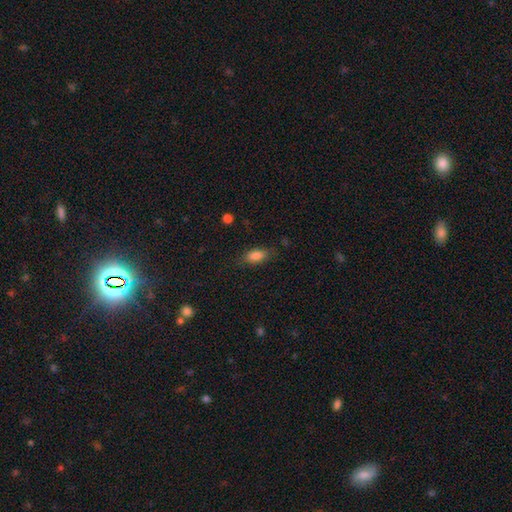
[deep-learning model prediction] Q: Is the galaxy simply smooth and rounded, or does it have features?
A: smooth — 84%.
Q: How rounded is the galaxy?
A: in between — 85%.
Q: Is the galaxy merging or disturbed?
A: none — 78%.